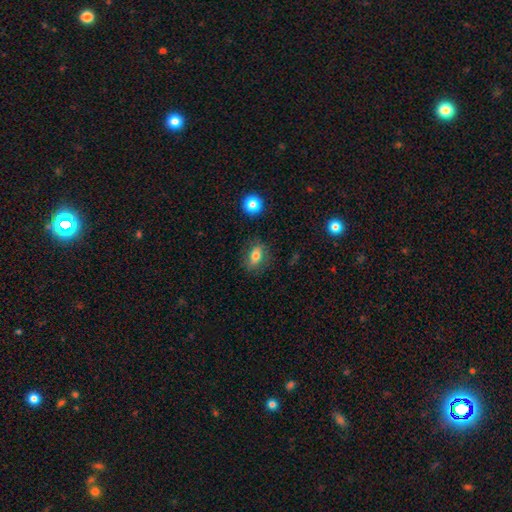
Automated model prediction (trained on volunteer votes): smooth 74%, featured or disk 16%, star or artifact 10%. Down the decision tree: how rounded — in between (78%); merging — none (76%).